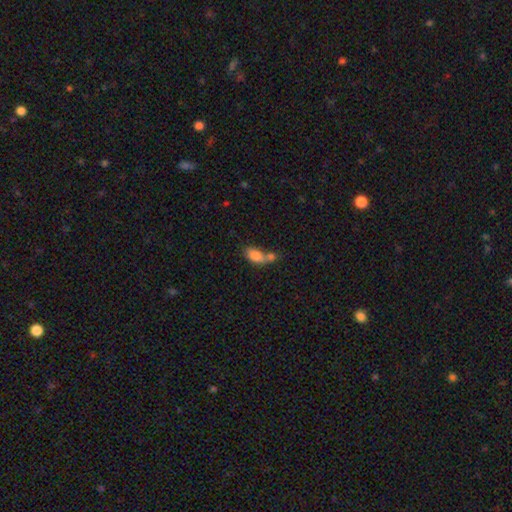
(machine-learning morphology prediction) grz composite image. It shows a smooth galaxy with no disk features (80%) that is in between round and cigar-shaped (88%). Merging: merger (56%).